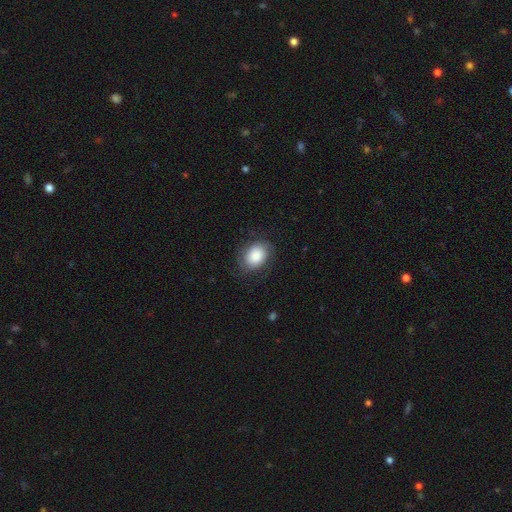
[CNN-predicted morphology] type=smooth (80%); roundness=in between (66%); merging=none (75%).